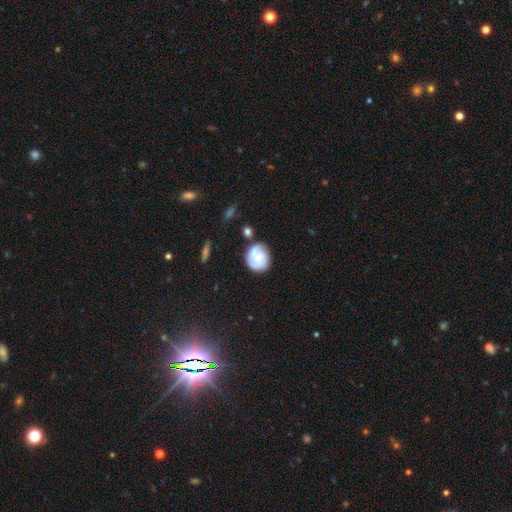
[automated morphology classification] smooth_or_featured: featured or disk (p=0.46) [tied with: smooth p=0.46]
merging: none (p=0.54) [alt: minor disturbance p=0.24]